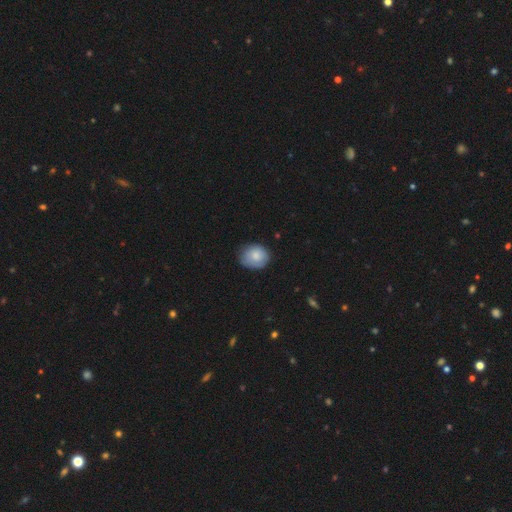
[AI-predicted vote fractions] A smooth galaxy with no disk features (81%) that is round (65%). Merging: none (69%).